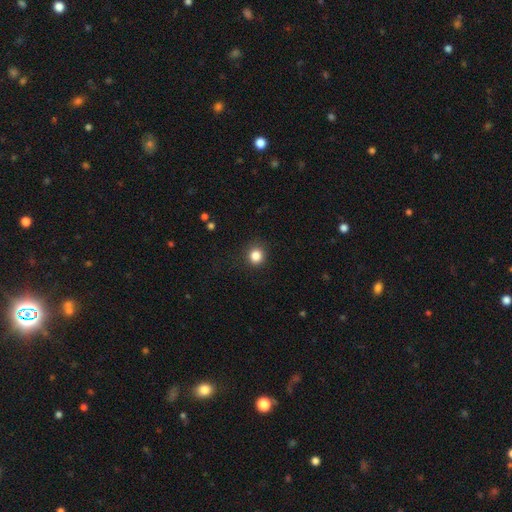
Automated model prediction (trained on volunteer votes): The model was most divided on "smooth or featured": smooth: 84%, star or artifact: 12%, featured or disk: 4%. More confident: merging — none (89%); how rounded — round (88%).